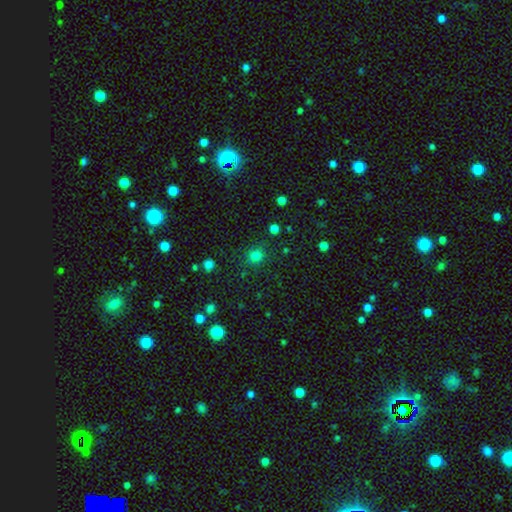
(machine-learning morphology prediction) smooth-or-featured: smooth: 79% | star or artifact: 16% | featured or disk: 5%
  how-rounded: round: 84% | in between: 15% | cigar-shaped: 1%
  merging: none: 84% | minor disturbance: 10% | major disturbance: 4% | merger: 2%